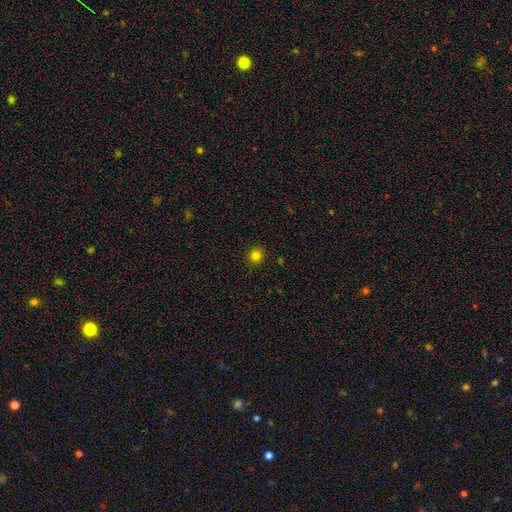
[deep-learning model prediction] This is clearly a smooth galaxy (80%). How rounded: clearly round (87%). Merging: clearly none (91%).